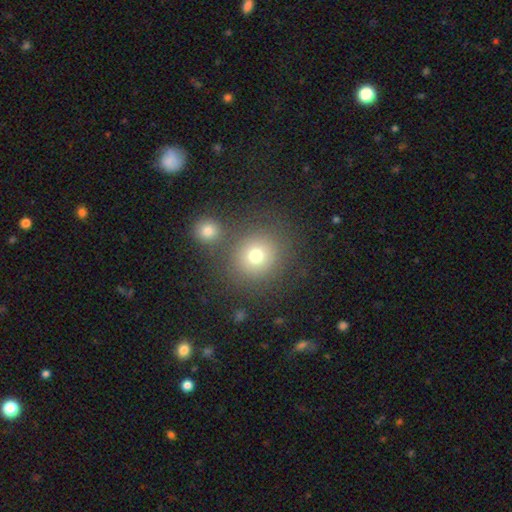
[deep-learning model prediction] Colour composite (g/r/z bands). It shows a smooth galaxy with no disk features (73%) that is round (88%). Merging: none (72%).